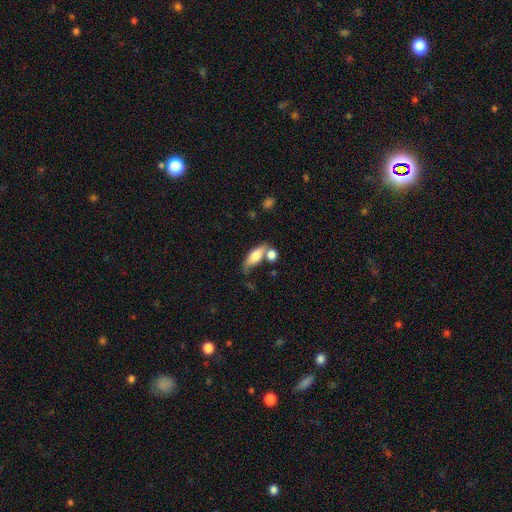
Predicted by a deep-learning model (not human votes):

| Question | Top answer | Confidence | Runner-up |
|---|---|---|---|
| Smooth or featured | smooth | 68% | featured or disk (25%) |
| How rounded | in between | 71% | cigar-shaped (24%) |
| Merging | none | 42% | merger (32%) |